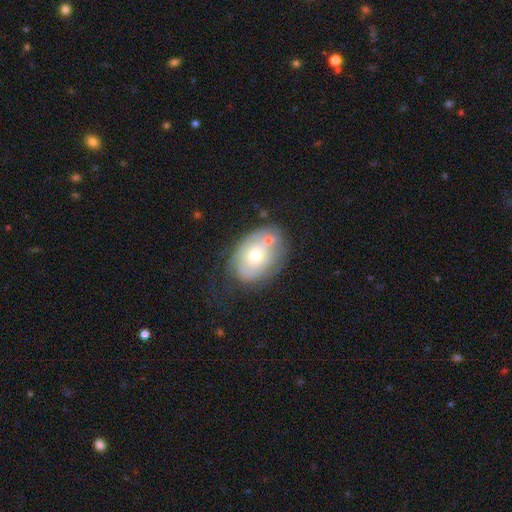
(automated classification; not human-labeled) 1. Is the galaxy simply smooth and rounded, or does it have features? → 48% smooth, 45% featured or disk, 7% star or artifact.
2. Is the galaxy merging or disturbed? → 47% none, 26% minor disturbance, 16% merger, 12% major disturbance.